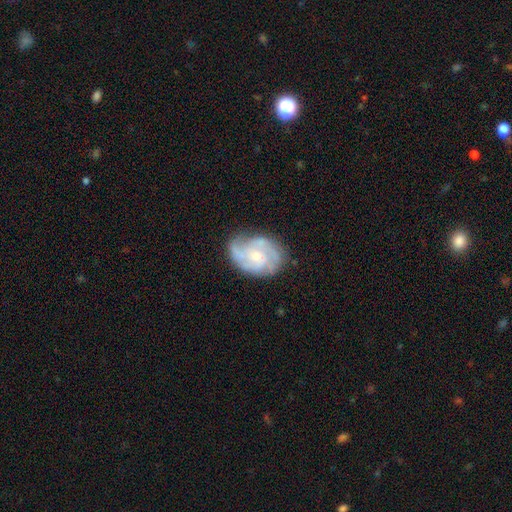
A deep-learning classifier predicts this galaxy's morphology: smooth-or-featured: featured or disk: 83% | smooth: 12% | star or artifact: 5%
  disk-edge-on: no: 98% | yes: 2%
    bar: no: 60% | weak: 35% | strong: 5%
    has-spiral-arms: yes: 95% | no: 5%
      spiral-winding: medium: 45% | tight: 43% | loose: 12%
      spiral-arm-count: 3: 39% | 2: 27% | can't tell: 18% | 4: 9% | 1: 4% | more than 4: 4%
    bulge-size: small: 53% | moderate: 38% | none: 5% | large: 3% | dominant: 1%
  merging: none: 70% | minor disturbance: 20% | major disturbance: 8% | merger: 2%